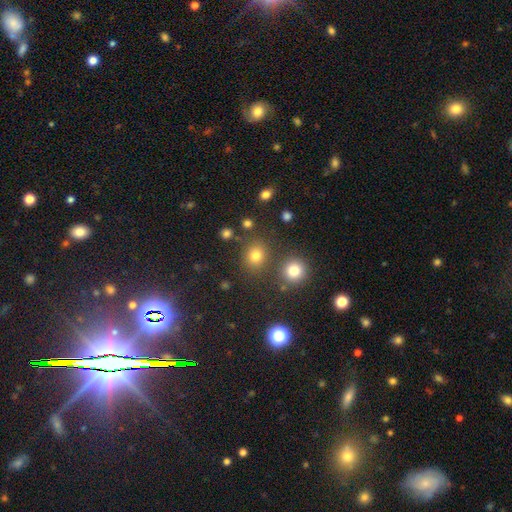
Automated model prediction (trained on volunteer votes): Smooth or featured?
  - smooth: 75% *
  - star or artifact: 19%
  - featured or disk: 6%
How rounded?
  - round: 74% *
  - in between: 25%
  - cigar-shaped: 1%
Merging?
  - none: 78% *
  - minor disturbance: 10%
  - merger: 8%
  - major disturbance: 4%